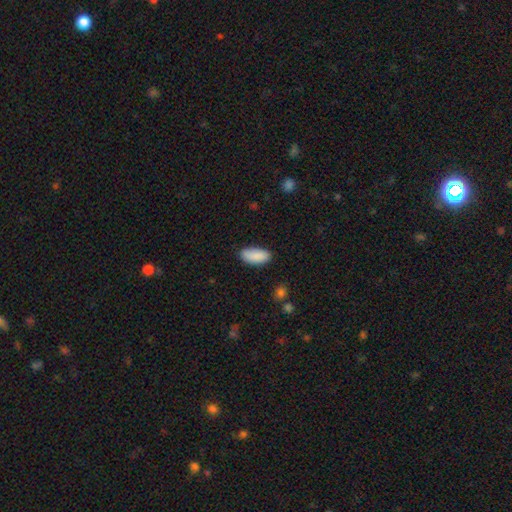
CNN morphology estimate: type=smooth (89%); roundness=in between (89%); merging=none (82%).